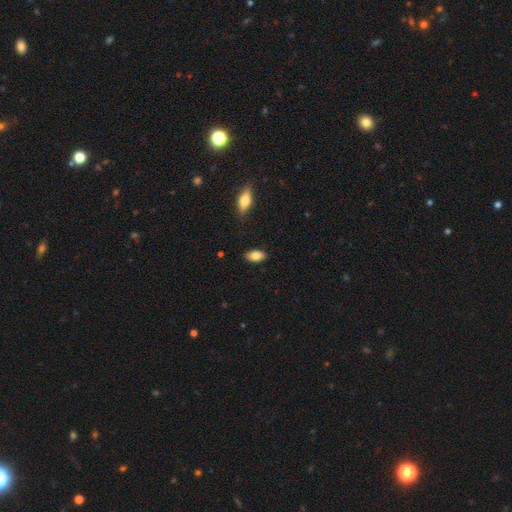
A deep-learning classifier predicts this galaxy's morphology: Overall: smooth (82%). How rounded: in between (92%). Merging: none (87%).